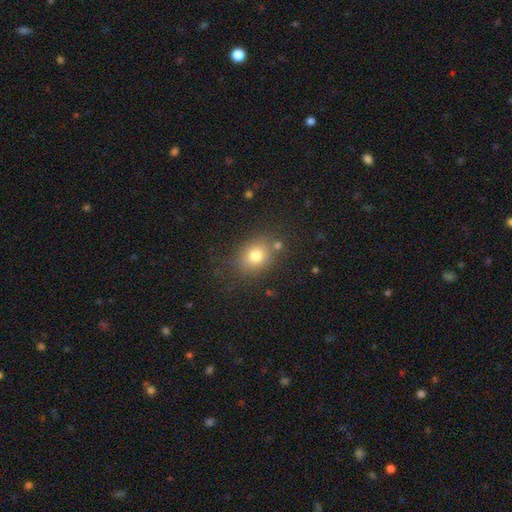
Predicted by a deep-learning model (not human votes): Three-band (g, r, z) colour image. It shows a smooth galaxy with no disk features (77%) that is round (52%). Merging: none (74%).